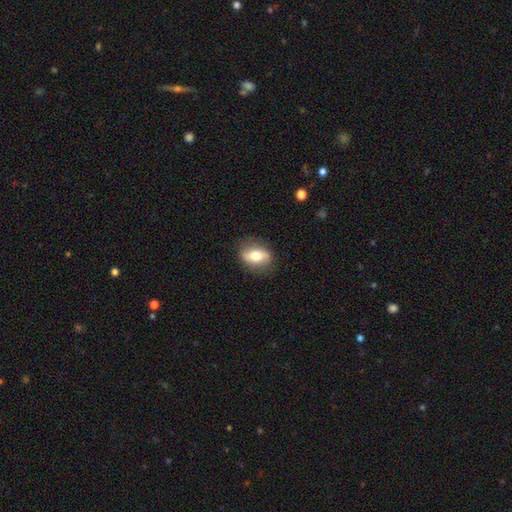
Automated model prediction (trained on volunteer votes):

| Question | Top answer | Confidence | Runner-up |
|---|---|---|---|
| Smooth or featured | smooth | 51% | featured or disk (41%) |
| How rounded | in between | 74% | round (22%) |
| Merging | none | 82% | minor disturbance (13%) |